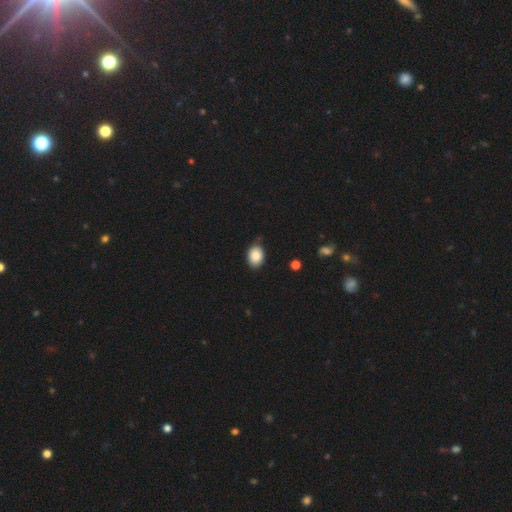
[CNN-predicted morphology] Smooth or featured: smooth — 86% (star or artifact — 8%)
How rounded: in between — 73% (round — 26%)
Merging: none — 80% (minor disturbance — 16%)